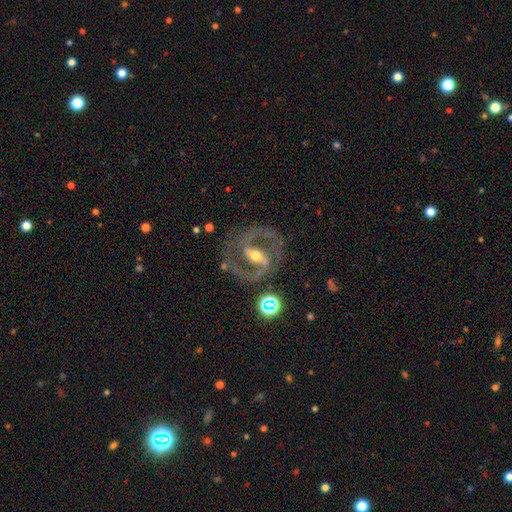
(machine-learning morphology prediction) A featured or disk galaxy (90%) with a strong bar (56%), 2 (93%) medium (66%) spiral arms (96%) and a moderate central bulge (65%). Merging: none (79%).